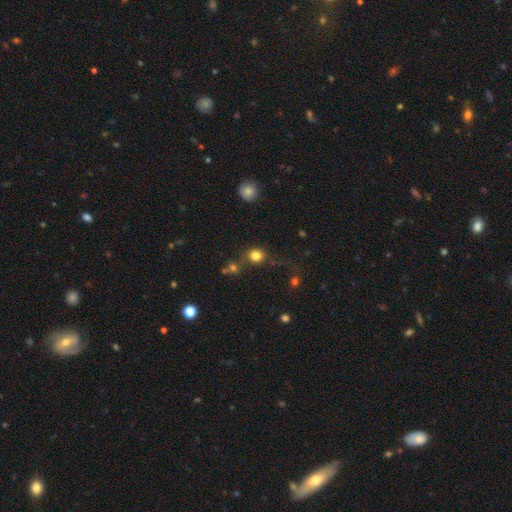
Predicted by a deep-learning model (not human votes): Overall: smooth (80%). How rounded: round (86%). Merging: none (70%).